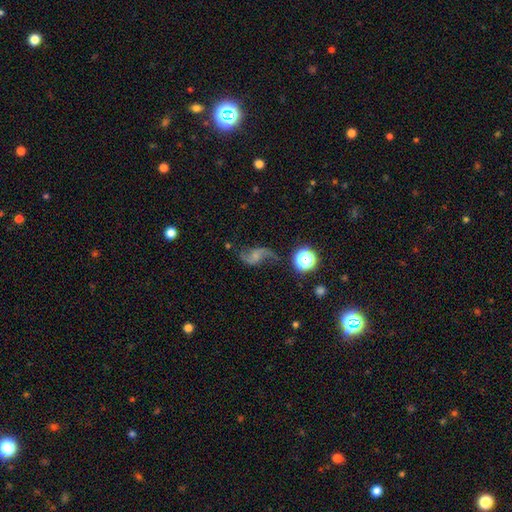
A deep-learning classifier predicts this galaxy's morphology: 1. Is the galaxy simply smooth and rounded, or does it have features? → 75% featured or disk, 14% smooth, 12% star or artifact.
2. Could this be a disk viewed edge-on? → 97% no, 3% yes.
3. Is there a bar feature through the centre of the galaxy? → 52% no, 37% weak, 10% strong.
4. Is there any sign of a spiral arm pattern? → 94% yes, 6% no.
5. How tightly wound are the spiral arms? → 84% loose, 13% medium, 3% tight.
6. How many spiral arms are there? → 91% 2, 4% 1, 2% can't tell, 1% 3, 1% 4, 1% more than 4.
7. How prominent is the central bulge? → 39% none, 34% small, 20% moderate, 5% large, 2% dominant.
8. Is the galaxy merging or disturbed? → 66% none, 18% minor disturbance, 13% major disturbance, 4% merger.